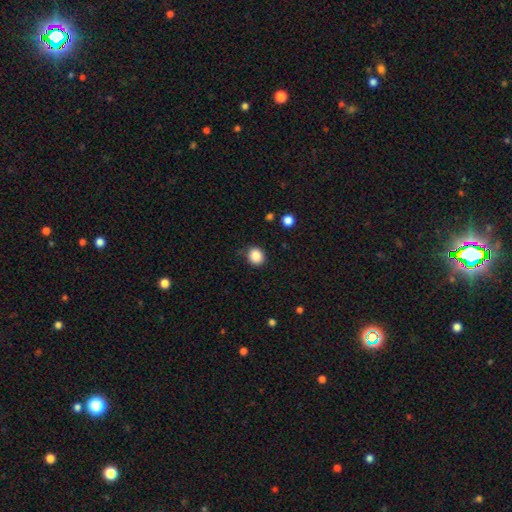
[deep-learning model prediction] Smooth or featured?
  - smooth: 87% *
  - star or artifact: 10%
  - featured or disk: 3%
How rounded?
  - round: 80% *
  - in between: 19%
  - cigar-shaped: 1%
Merging?
  - none: 83% *
  - minor disturbance: 12%
  - major disturbance: 3%
  - merger: 2%